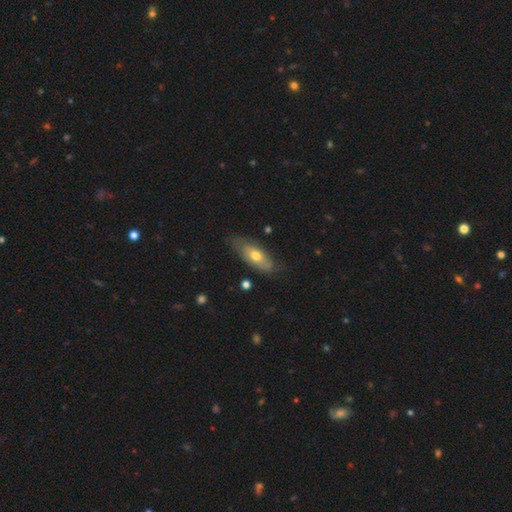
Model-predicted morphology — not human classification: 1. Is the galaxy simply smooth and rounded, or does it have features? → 55% smooth, 39% featured or disk, 6% star or artifact.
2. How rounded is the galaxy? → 79% in between, 18% cigar-shaped, 3% round.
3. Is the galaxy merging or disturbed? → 65% none, 26% minor disturbance, 7% major disturbance, 2% merger.